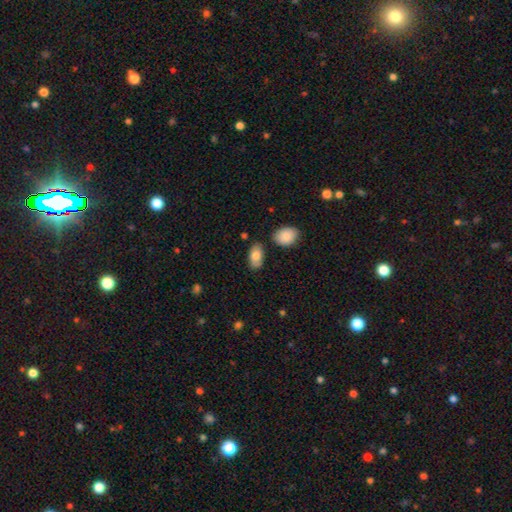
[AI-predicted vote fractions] smooth_or_featured: smooth (p=0.81) [alt: featured or disk p=0.13]
how_rounded: in between (p=0.93) [alt: round p=0.04]
merging: none (p=0.76) [alt: minor disturbance p=0.16]